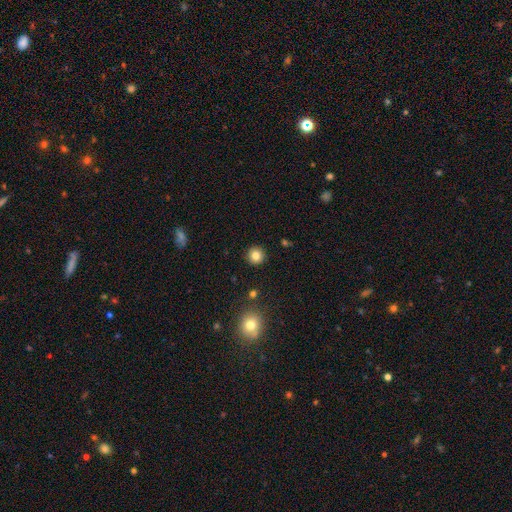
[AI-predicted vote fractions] Smooth or featured? smooth (83%)
How rounded? round (95%)
Merging? none (92%)